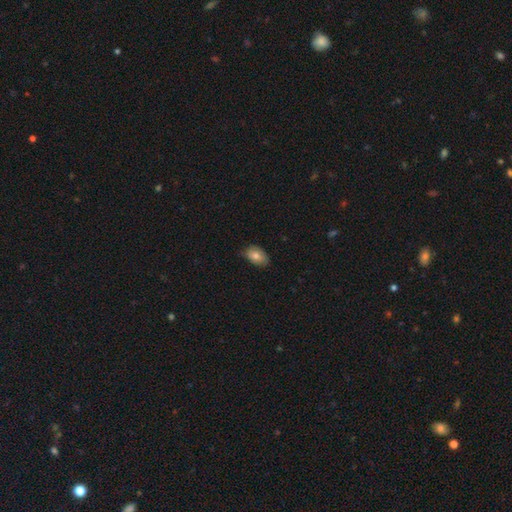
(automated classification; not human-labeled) smooth-or-featured: smooth: 75% | featured or disk: 18% | star or artifact: 8%
  how-rounded: in between: 89% | round: 10% | cigar-shaped: 1%
  merging: none: 73% | minor disturbance: 23% | major disturbance: 3% | merger: 1%